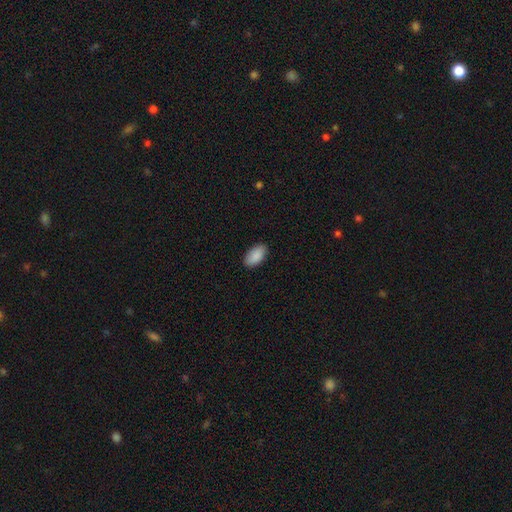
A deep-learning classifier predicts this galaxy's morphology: Smooth or featured? Predicted: smooth (p=0.90). How rounded? Predicted: in between (p=0.95). Merging? Predicted: none (p=0.88).